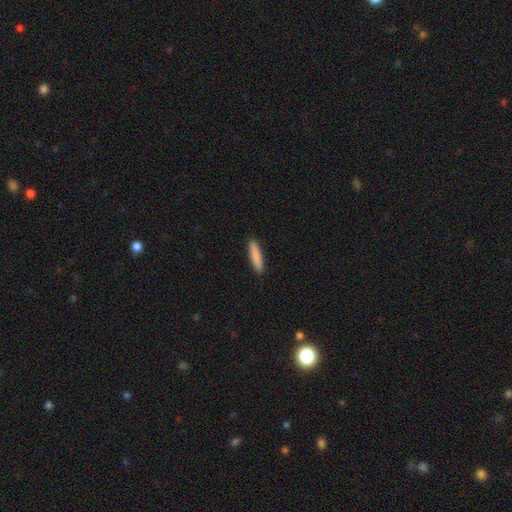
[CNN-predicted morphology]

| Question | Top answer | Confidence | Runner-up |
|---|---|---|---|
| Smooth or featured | smooth | 86% | featured or disk (8%) |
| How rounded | cigar-shaped | 87% | in between (12%) |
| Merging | none | 92% | minor disturbance (6%) |